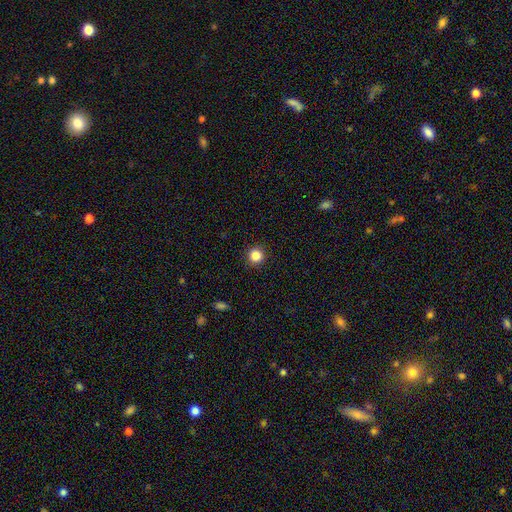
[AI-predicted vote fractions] The model was most divided on "smooth or featured": smooth: 86%, star or artifact: 11%, featured or disk: 4%. More confident: how rounded — round (95%); merging — none (92%).